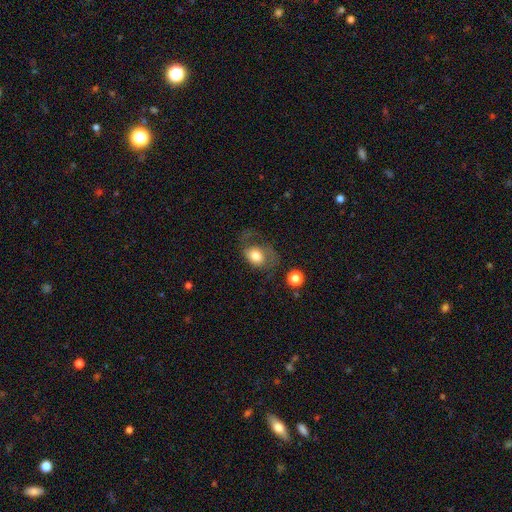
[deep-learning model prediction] This is likely a smooth galaxy (64%). How rounded: possibly in between (60%). Merging: marginally none (37%, tied with major disturbance).